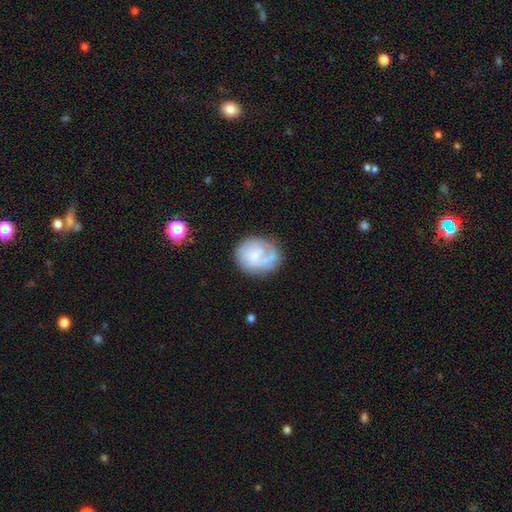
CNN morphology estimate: A featured or disk galaxy (47%).

Vote fractions:
- Smooth or featured? featured or disk: 47% / smooth: 45% / star or artifact: 8%
- Merging? none: 58% / minor disturbance: 23% / major disturbance: 15% / merger: 5%